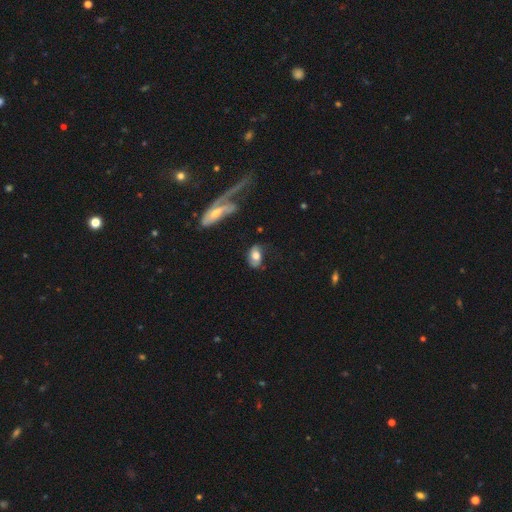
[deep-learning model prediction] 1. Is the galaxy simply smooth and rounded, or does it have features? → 63% smooth, 29% featured or disk, 8% star or artifact.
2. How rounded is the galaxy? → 85% in between, 12% round, 2% cigar-shaped.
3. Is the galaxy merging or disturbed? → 53% none, 28% minor disturbance, 14% major disturbance, 5% merger.